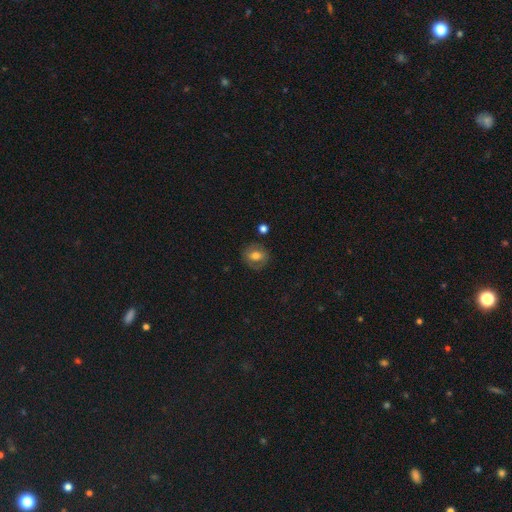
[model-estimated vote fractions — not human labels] smooth_or_featured: smooth (p=0.59) [alt: featured or disk p=0.31]
how_rounded: round (p=0.64) [alt: in between p=0.35]
merging: none (p=0.80) [alt: minor disturbance p=0.13]